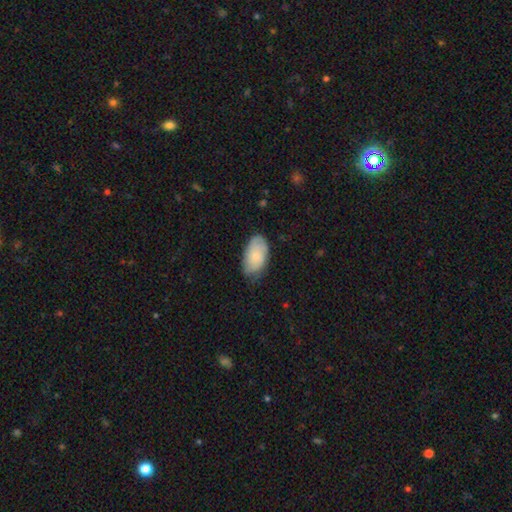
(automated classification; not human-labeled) A smooth galaxy with no disk features (72%) that is in between round and cigar-shaped (94%). Merging: none (64%).